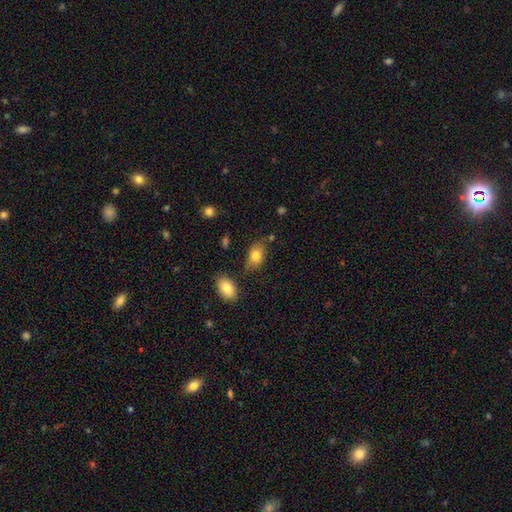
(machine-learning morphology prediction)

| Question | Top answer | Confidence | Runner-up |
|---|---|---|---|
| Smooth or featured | smooth | 80% | featured or disk (12%) |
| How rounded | in between | 87% | round (11%) |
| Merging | none | 73% | minor disturbance (18%) |